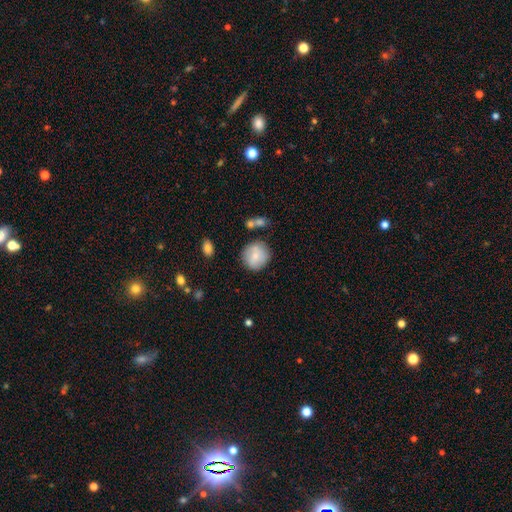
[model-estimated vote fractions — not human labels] Morphology: type=smooth (74%); roundness=round (91%); merging=none (77%).